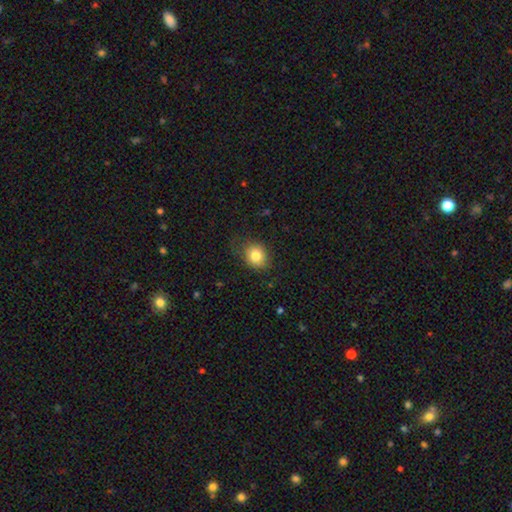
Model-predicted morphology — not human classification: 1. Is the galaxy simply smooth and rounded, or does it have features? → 81% smooth, 10% star or artifact, 9% featured or disk.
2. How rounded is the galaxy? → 62% round, 37% in between, 1% cigar-shaped.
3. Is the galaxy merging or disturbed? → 76% none, 18% minor disturbance, 5% major disturbance, 1% merger.